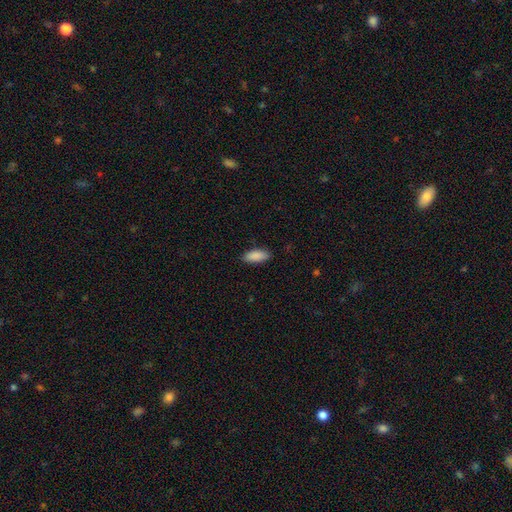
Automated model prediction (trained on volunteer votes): This is clearly a smooth galaxy (90%). How rounded: clearly in between (82%). Merging: clearly none (87%).